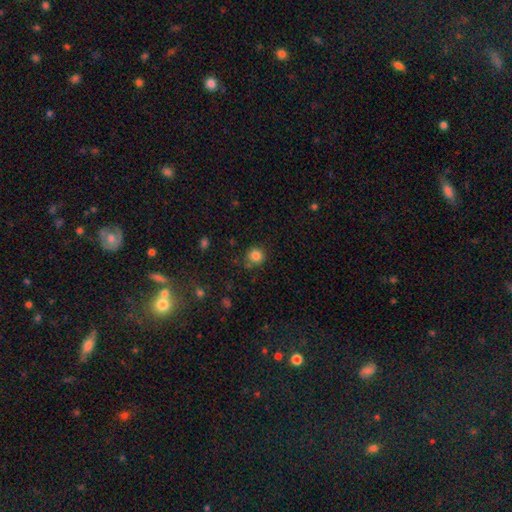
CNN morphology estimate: smooth 84%, star or artifact 11%, featured or disk 5%. Down the decision tree: how rounded — round (88%); merging — none (75%).